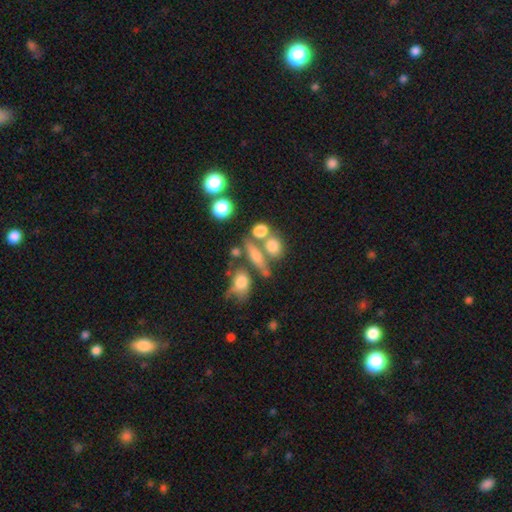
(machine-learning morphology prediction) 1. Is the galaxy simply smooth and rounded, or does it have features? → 58% smooth, 25% featured or disk, 17% star or artifact.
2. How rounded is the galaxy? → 39% in between, 37% round, 24% cigar-shaped.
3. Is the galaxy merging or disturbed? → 50% none, 30% merger, 12% minor disturbance, 7% major disturbance.